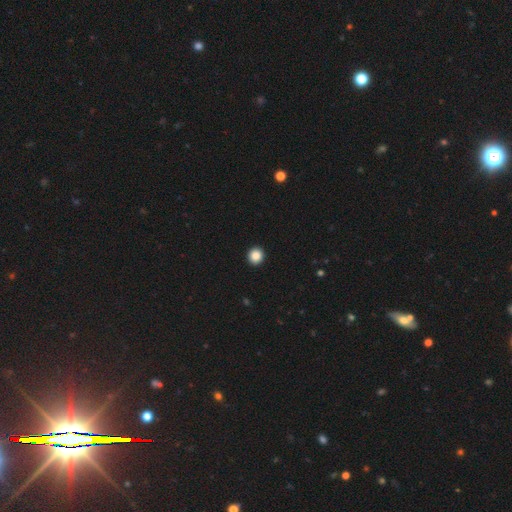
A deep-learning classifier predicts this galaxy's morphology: Overall: smooth (87%). How rounded: round (94%). Merging: none (94%).